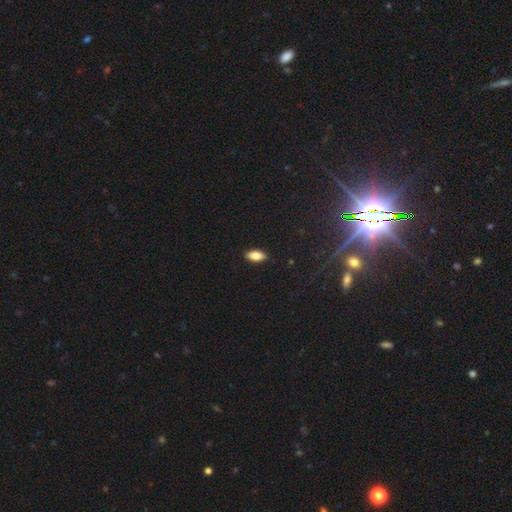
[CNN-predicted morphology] A smooth galaxy with no disk features (83%) that is in between round and cigar-shaped (88%). Merging: none (89%).